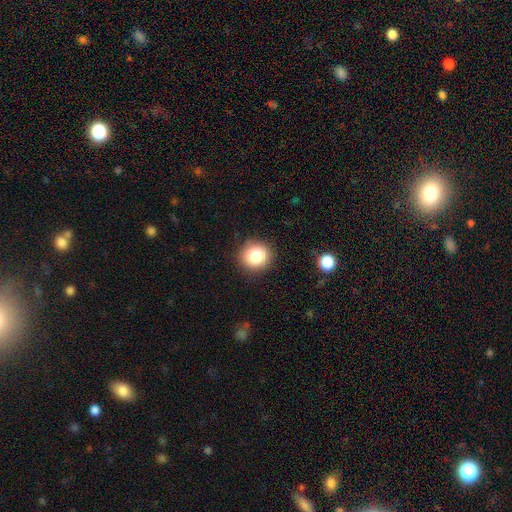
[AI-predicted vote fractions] Morphology: type=smooth (83%); roundness=round (88%); merging=none (89%).